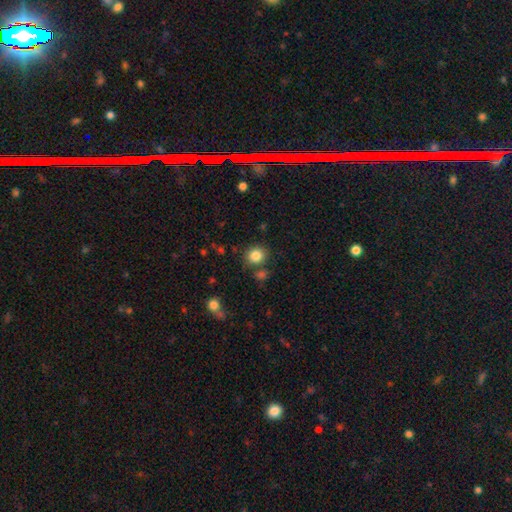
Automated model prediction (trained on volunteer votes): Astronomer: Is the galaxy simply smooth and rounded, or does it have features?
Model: smooth — 84%.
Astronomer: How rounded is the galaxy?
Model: round — 77%.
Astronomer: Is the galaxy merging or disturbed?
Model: none — 78%.